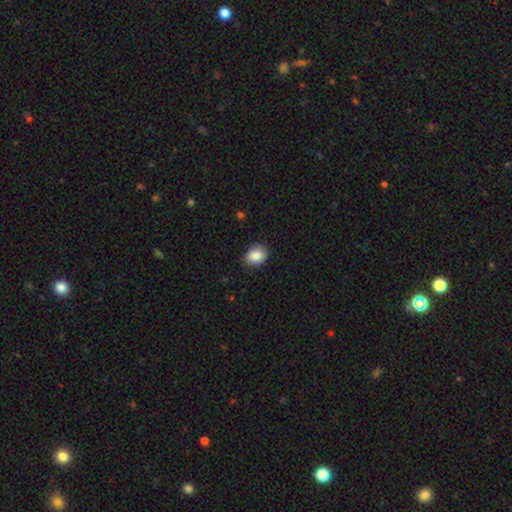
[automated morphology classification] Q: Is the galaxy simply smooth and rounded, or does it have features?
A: smooth — 87%.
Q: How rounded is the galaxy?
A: in between — 61%.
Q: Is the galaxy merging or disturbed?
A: none — 83%.